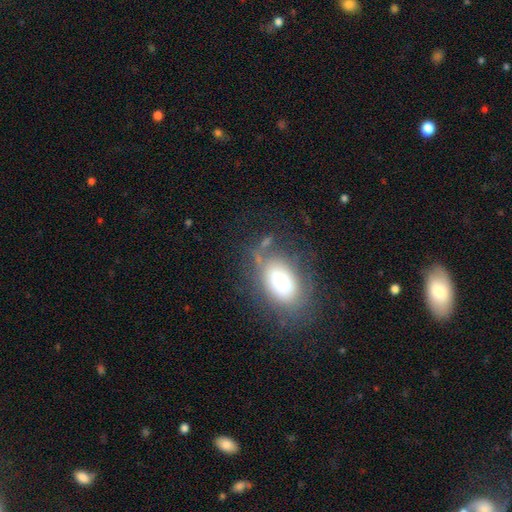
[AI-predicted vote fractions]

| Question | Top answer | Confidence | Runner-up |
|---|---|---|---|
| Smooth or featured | smooth | 53% | featured or disk (29%) |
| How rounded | in between | 84% | round (13%) |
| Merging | none | 72% | minor disturbance (17%) |